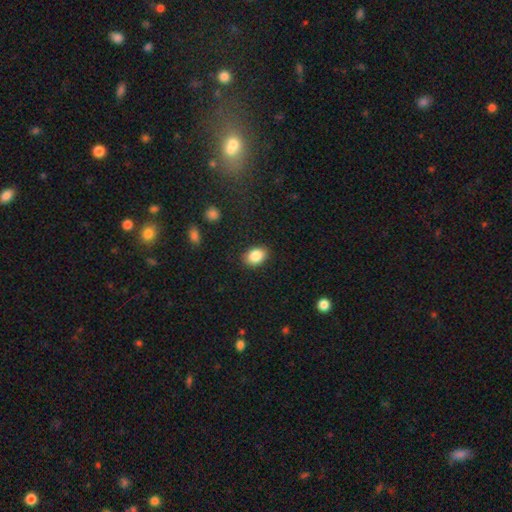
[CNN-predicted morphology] Q: Smooth or featured?
A: smooth (87%); runner-up: star or artifact (8%)
Q: How rounded?
A: in between (76%); runner-up: round (23%)
Q: Merging?
A: none (87%); runner-up: minor disturbance (9%)